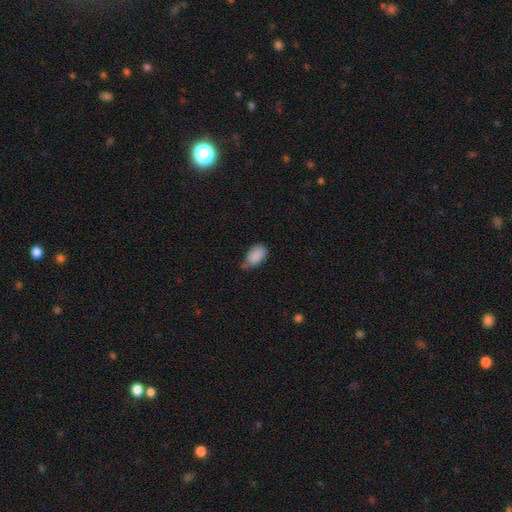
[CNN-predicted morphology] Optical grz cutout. It shows a smooth galaxy with no disk features (87%) that is in between round and cigar-shaped (90%). Merging: none (46%).